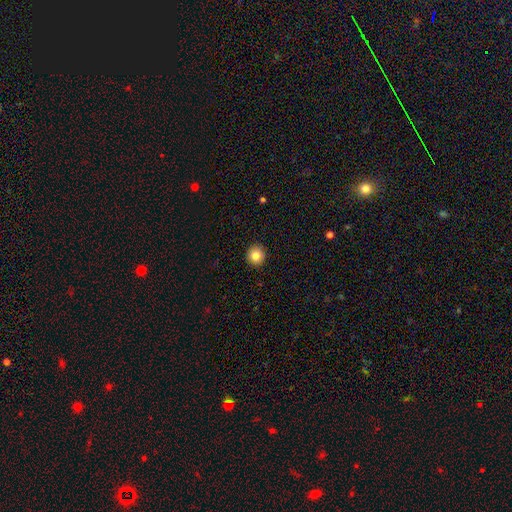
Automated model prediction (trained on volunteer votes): smooth 84%, star or artifact 10%, featured or disk 7%. Down the decision tree: how rounded — round (90%); merging — none (92%).